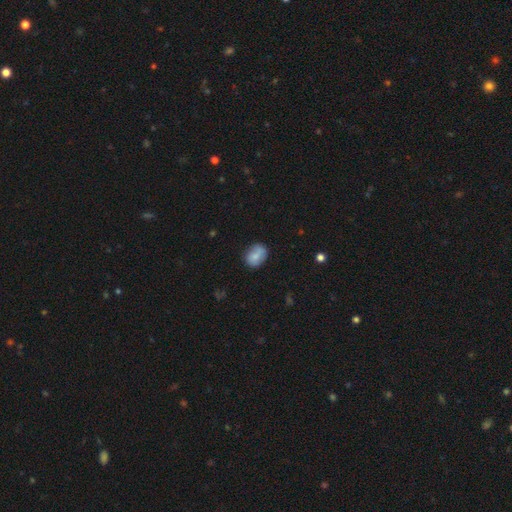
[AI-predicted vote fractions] Smooth or featured: smooth — 77% (featured or disk — 15%)
How rounded: in between — 57% (round — 41%)
Merging: none — 68% (minor disturbance — 22%)